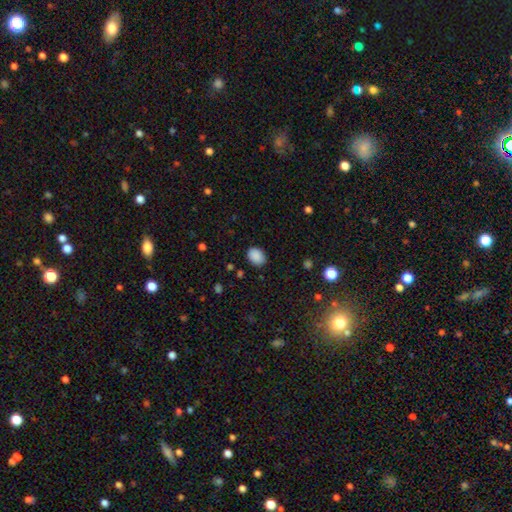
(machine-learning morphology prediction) A smooth galaxy with no disk features (88%) that is in between round and cigar-shaped (59%). Merging: none (85%).